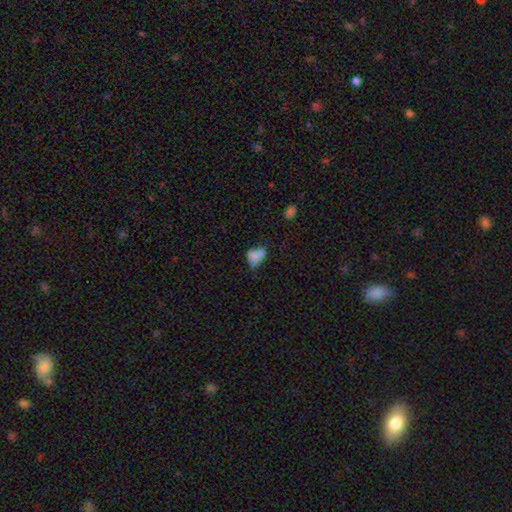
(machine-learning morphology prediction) This is likely a smooth galaxy (68%). How rounded: clearly in between (82%). Merging: marginally none (30%).